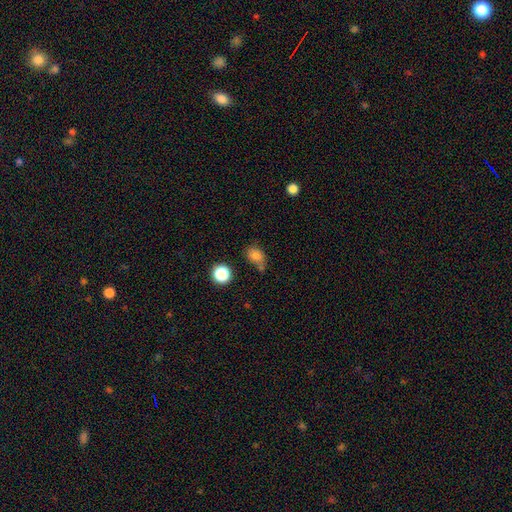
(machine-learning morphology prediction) Smooth or featured?
  - smooth: 79% *
  - star or artifact: 13%
  - featured or disk: 8%
How rounded?
  - in between: 57% *
  - round: 41%
  - cigar-shaped: 1%
Merging?
  - none: 55% *
  - minor disturbance: 21%
  - merger: 18%
  - major disturbance: 6%